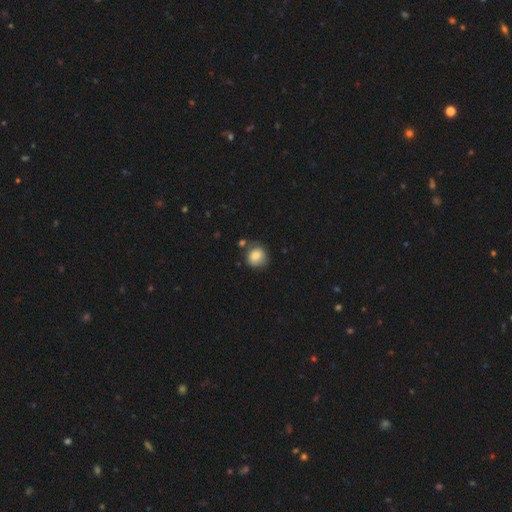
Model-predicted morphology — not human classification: This is clearly a smooth galaxy (80%). How rounded: clearly round (81%). Merging: likely none (68%).